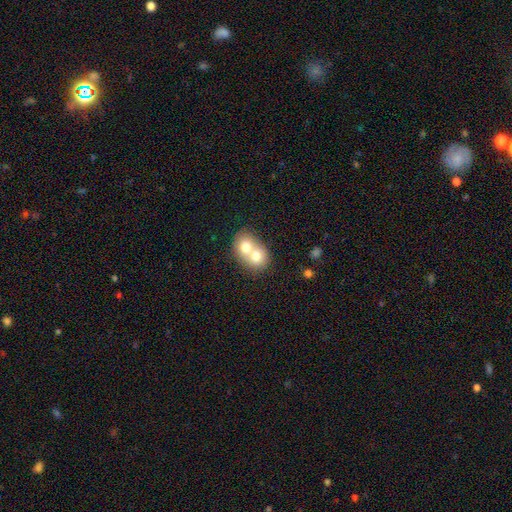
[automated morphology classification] smooth-or-featured: smooth: 68% | featured or disk: 25% | star or artifact: 8%
  how-rounded: round: 58% | in between: 41% | cigar-shaped: 1%
  merging: merger: 78% | none: 16% | minor disturbance: 4% | major disturbance: 2%